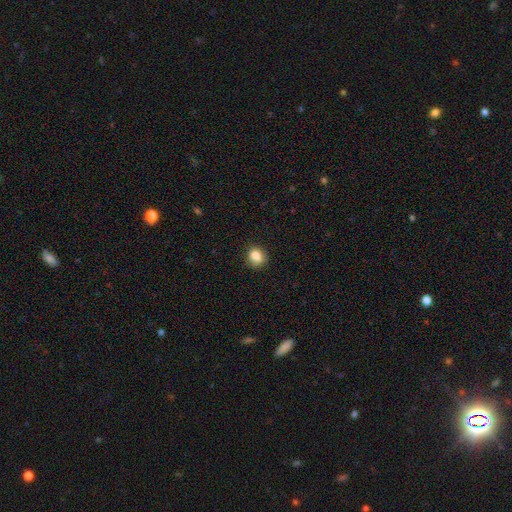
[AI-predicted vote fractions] Smooth or featured? smooth (83%)
How rounded? round (66%)
Merging? none (75%)